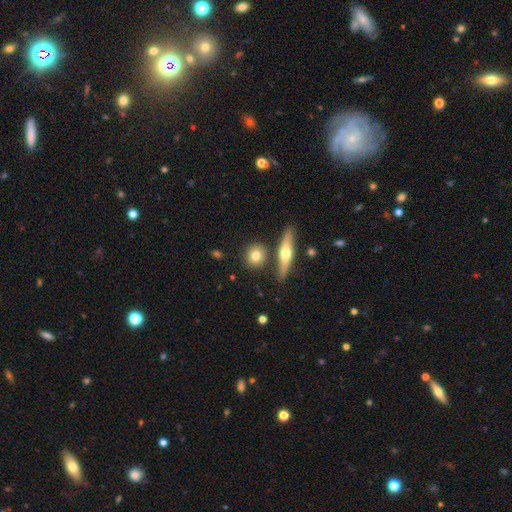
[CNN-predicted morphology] The model was most divided on "smooth or featured": smooth: 73%, featured or disk: 19%, star or artifact: 7%. More confident: merging — none (79%); how rounded — round (77%).